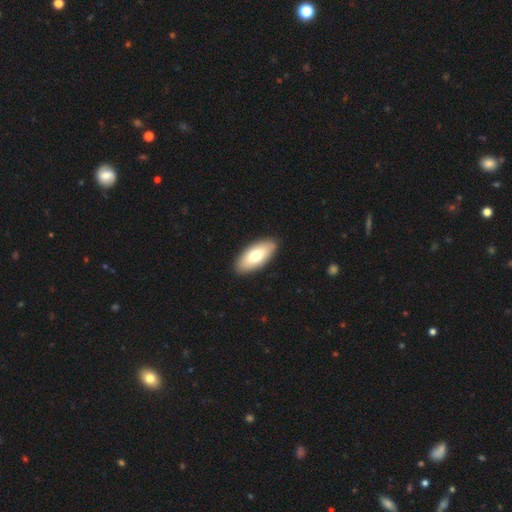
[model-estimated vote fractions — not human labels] A smooth galaxy with no disk features (72%) that is in between round and cigar-shaped (90%).

Vote fractions:
- Smooth or featured? smooth: 72% / featured or disk: 22% / star or artifact: 5%
- How rounded? in between: 90% / cigar-shaped: 8% / round: 2%
- Merging? none: 90% / minor disturbance: 7% / major disturbance: 2% / merger: 1%